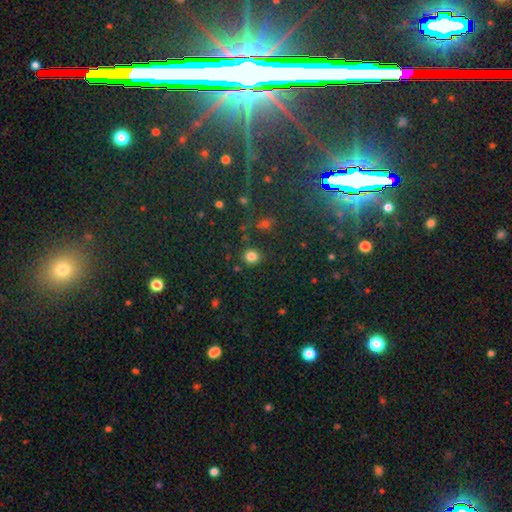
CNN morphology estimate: Overall: star or artifact (60%; smooth 31%).